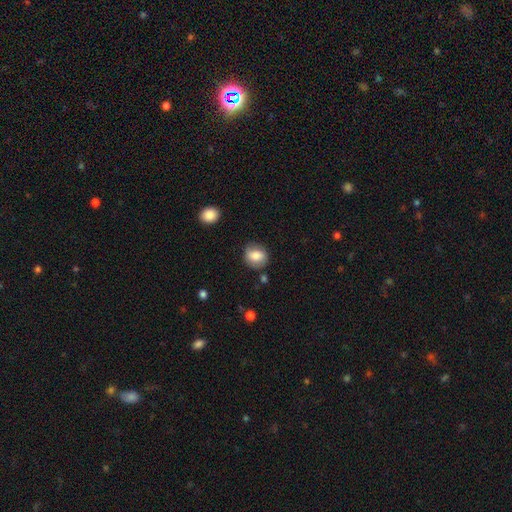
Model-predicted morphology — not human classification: This is likely a smooth galaxy (77%). How rounded: likely round (69%). Merging: likely none (76%).